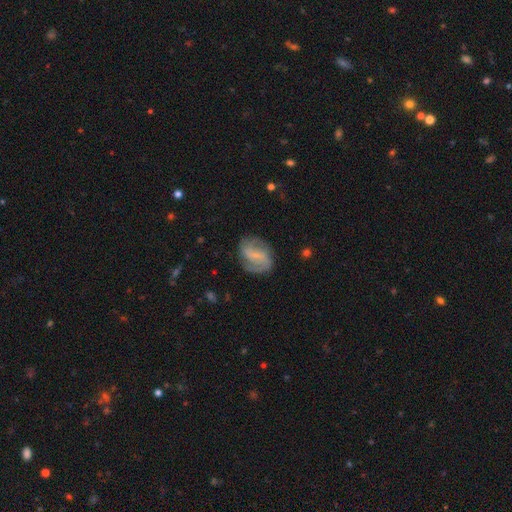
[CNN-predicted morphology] smooth-or-featured: featured or disk: 78% | smooth: 17% | star or artifact: 6%
  disk-edge-on: no: 97% | yes: 3%
    bar: weak: 48% | strong: 29% | no: 23%
    has-spiral-arms: yes: 93% | no: 7%
      spiral-winding: medium: 48% | tight: 26% | loose: 26%
      spiral-arm-count: 2: 82% | can't tell: 8% | 3: 4% | 1: 3% | 4: 2% | more than 4: 1%
    bulge-size: small: 61% | none: 21% | moderate: 15% | large: 2% | dominant: 1%
  merging: none: 75% | minor disturbance: 16% | major disturbance: 7% | merger: 1%